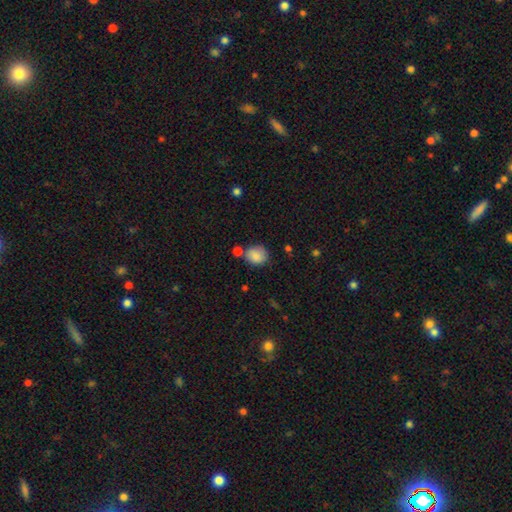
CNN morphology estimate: This is clearly a smooth galaxy (85%). How rounded: likely round (68%). Merging: likely none (61%).